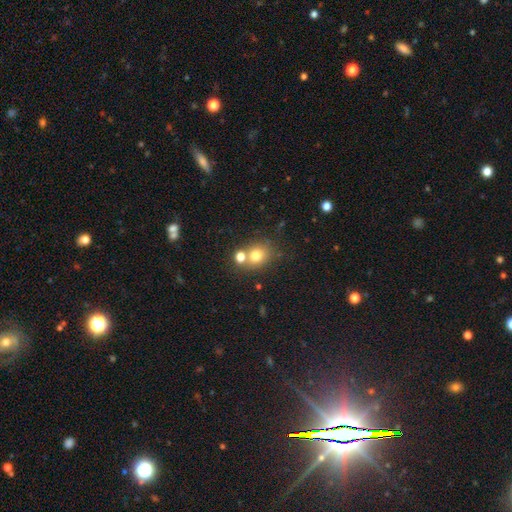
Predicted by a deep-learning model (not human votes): A smooth galaxy with no disk features (74%) that is round (67%). Merging: none (55%).